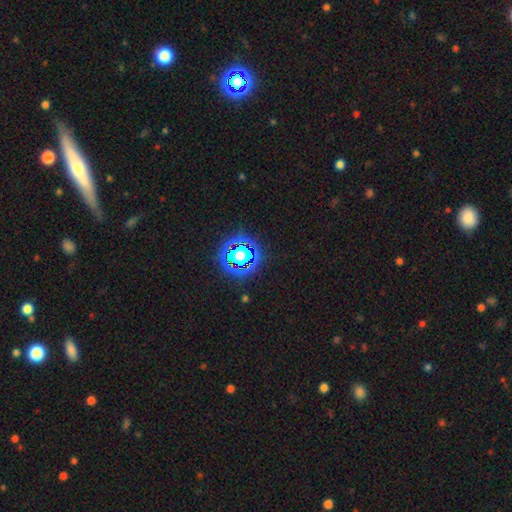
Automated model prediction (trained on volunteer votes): A star or artifact, not a galaxy (74%).